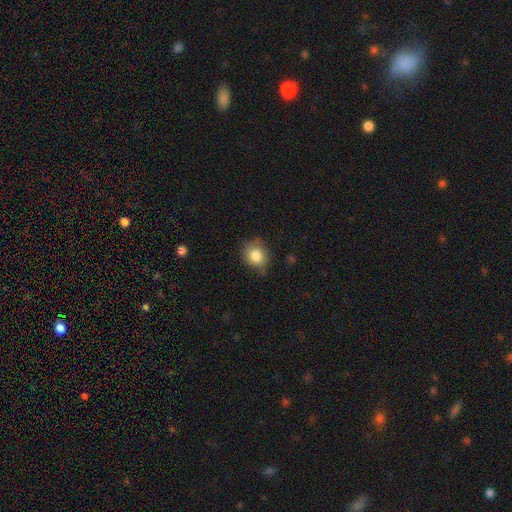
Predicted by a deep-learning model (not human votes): Smooth or featured? Predicted: smooth (p=0.82). How rounded? Predicted: round (p=0.67). Merging? Predicted: none (p=0.71).